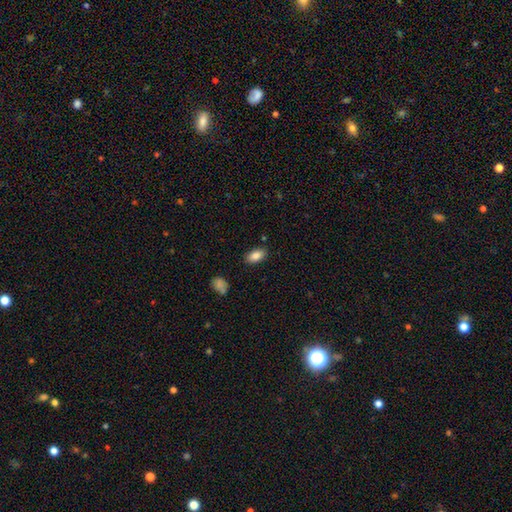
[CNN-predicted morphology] Smooth or featured? smooth (86%)
How rounded? in between (92%)
Merging? none (86%)